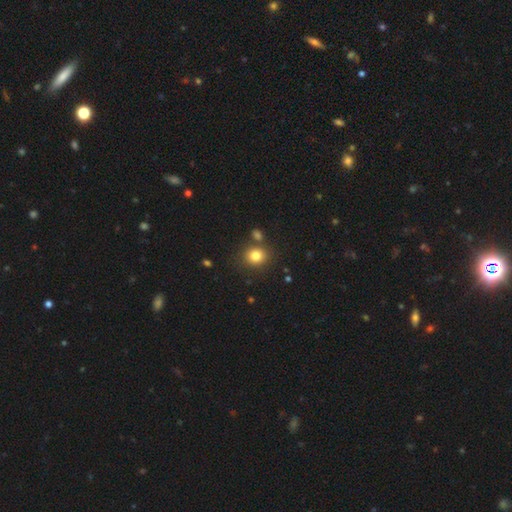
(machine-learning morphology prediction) Smooth or featured? Predicted: smooth (p=0.81). How rounded? Predicted: round (p=0.76). Merging? Predicted: none (p=0.77).